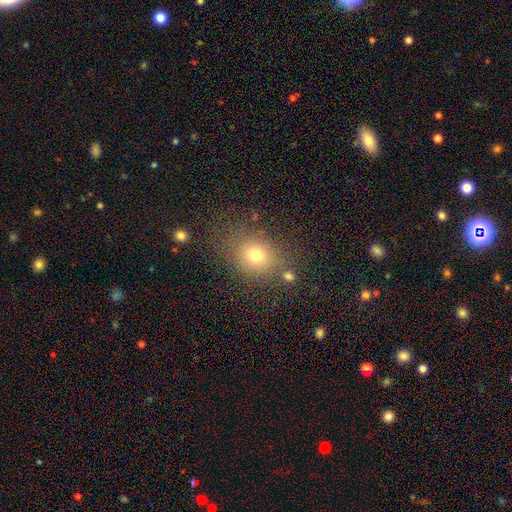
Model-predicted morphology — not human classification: This is likely a smooth galaxy (74%). How rounded: possibly round (56%). Merging: likely none (72%).